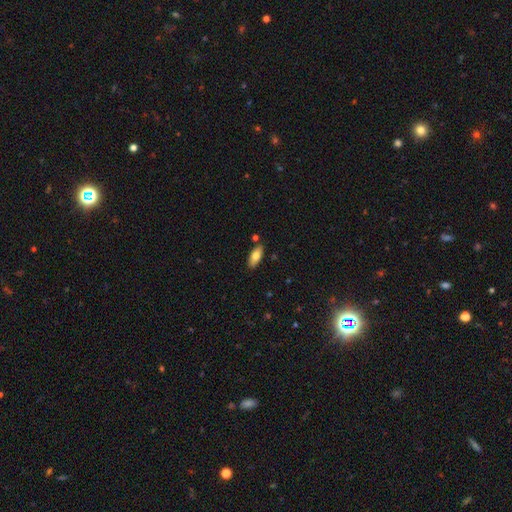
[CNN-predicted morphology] smooth 76%, featured or disk 17%, star or artifact 7%. Down the decision tree: how rounded — in between (86%); merging — none (84%).